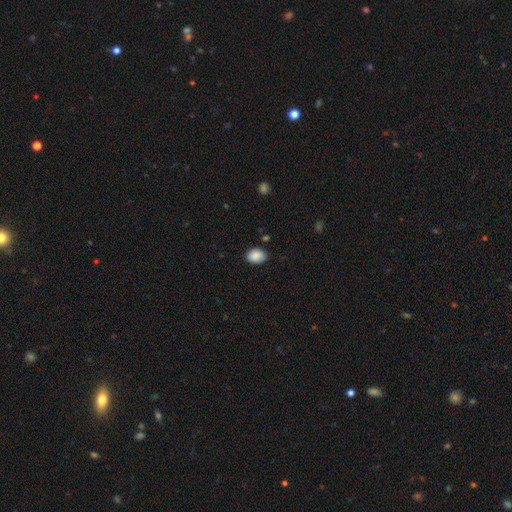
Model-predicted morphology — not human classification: This appears to be a smooth galaxy with no disk features (88%) that is in between round and cigar-shaped (65%). Merging: none (83%).